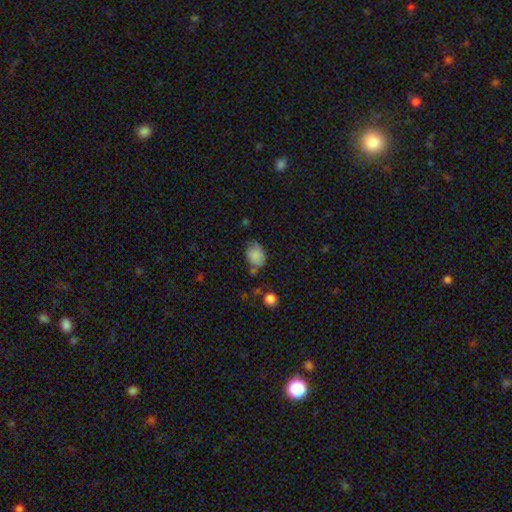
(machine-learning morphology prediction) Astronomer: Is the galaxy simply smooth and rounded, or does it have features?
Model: smooth — 83%.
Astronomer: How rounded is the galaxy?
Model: in between — 65%.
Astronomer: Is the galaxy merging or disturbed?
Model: none — 49% (runner-up: minor disturbance, 32%).